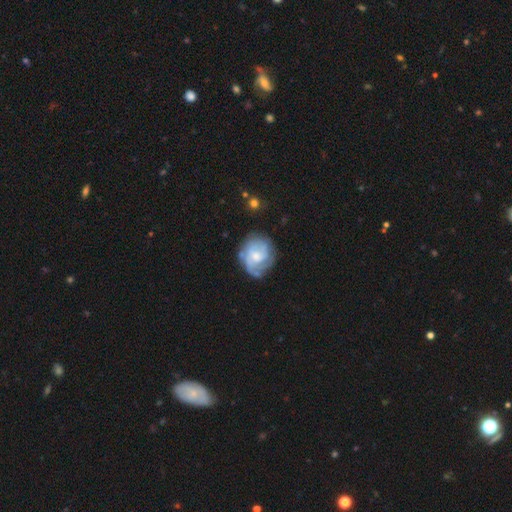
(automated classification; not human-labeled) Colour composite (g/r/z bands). It shows a featured or disk galaxy (70%) with no bar (66%), tight (53%) spiral arms (84%) and a moderate central bulge (44%). Merging: none (63%).